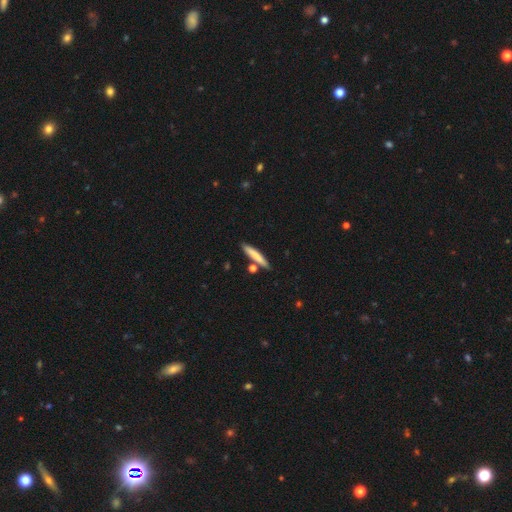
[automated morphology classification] A smooth galaxy with no disk features (77%) that is cigar-shaped (91%). Merging: none (81%).